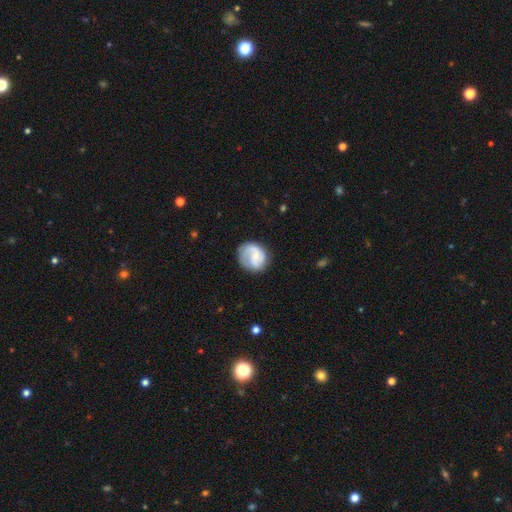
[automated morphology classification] Smooth or featured: featured or disk — 63% (smooth — 31%)
Edge-on disk: no — 98% (yes — 2%)
Bar: weak — 46% (no — 43%)
Spiral arms: yes — 88% (no — 12%)
Spiral winding: medium — 43% (loose — 30%)
Spiral arm count: 2 — 65% (1 — 19%)
Bulge size: small — 57% (moderate — 26%)
Merging: none — 70% (minor disturbance — 19%)